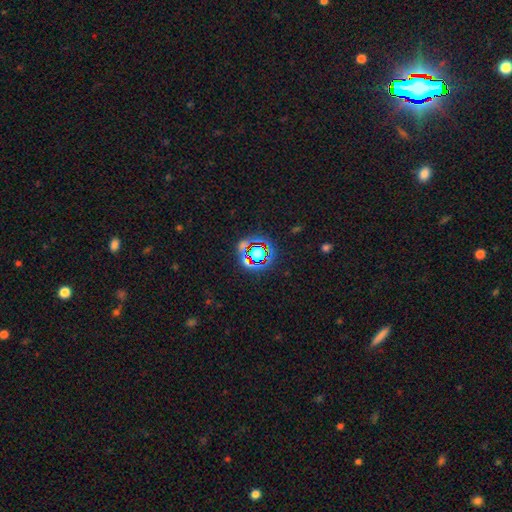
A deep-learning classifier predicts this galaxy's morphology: Q: Smooth or featured?
A: star or artifact (62%); runner-up: smooth (25%)